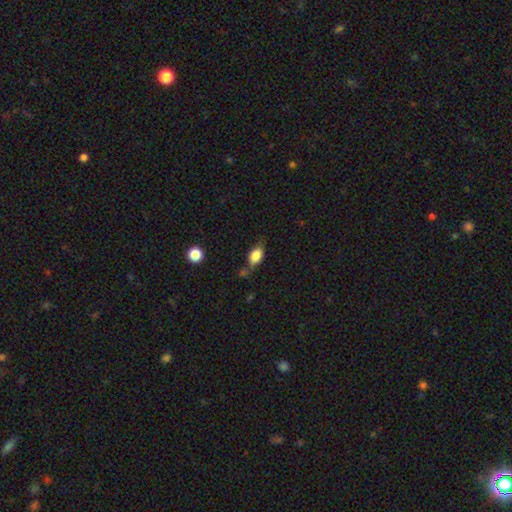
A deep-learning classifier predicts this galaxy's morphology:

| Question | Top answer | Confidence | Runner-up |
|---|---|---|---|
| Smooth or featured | smooth | 76% | featured or disk (15%) |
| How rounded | in between | 83% | round (10%) |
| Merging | none | 55% | minor disturbance (26%) |